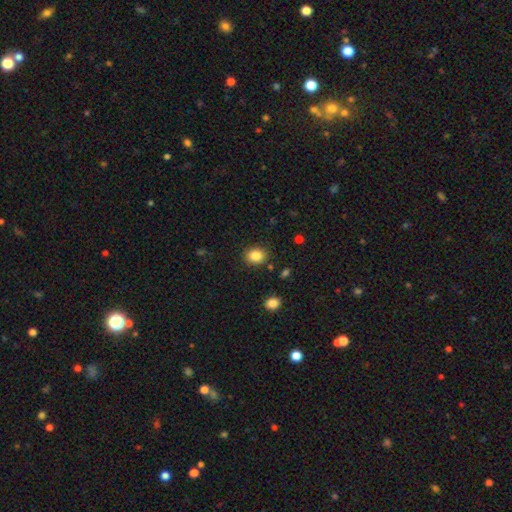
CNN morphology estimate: Smooth or featured?
  - smooth: 84% *
  - star or artifact: 10%
  - featured or disk: 6%
How rounded?
  - round: 67% *
  - in between: 32%
  - cigar-shaped: 1%
Merging?
  - none: 87% *
  - minor disturbance: 9%
  - major disturbance: 2%
  - merger: 2%